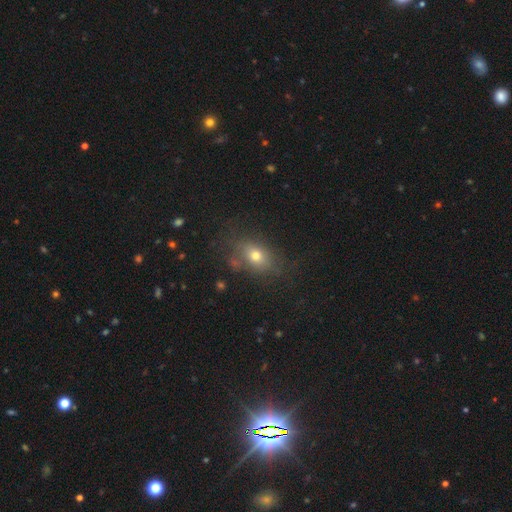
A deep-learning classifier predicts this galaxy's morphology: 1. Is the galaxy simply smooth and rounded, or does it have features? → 71% smooth, 15% featured or disk, 14% star or artifact.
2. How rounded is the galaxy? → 65% in between, 33% round, 2% cigar-shaped.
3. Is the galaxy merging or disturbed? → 69% none, 18% minor disturbance, 10% major disturbance, 4% merger.